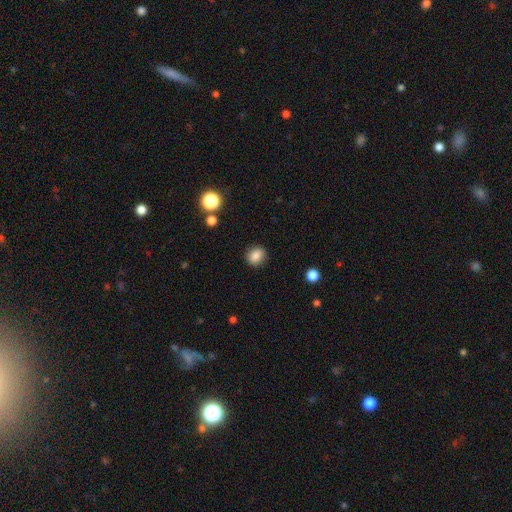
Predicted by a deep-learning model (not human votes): Overall: smooth (85%). How rounded: round (70%). Merging: none (88%).